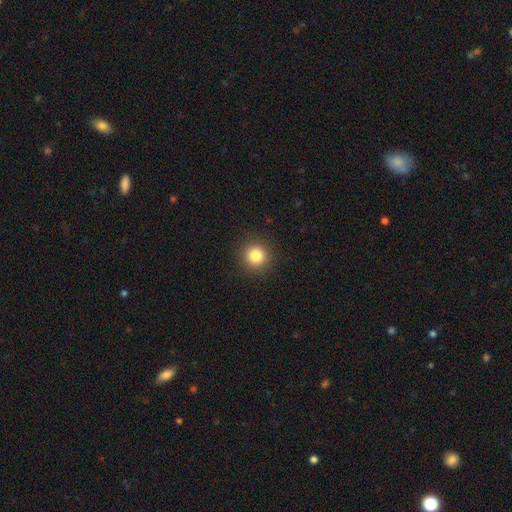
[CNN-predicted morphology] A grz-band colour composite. It shows a smooth galaxy with no disk features (83%) that is round (94%). Merging: none (92%).